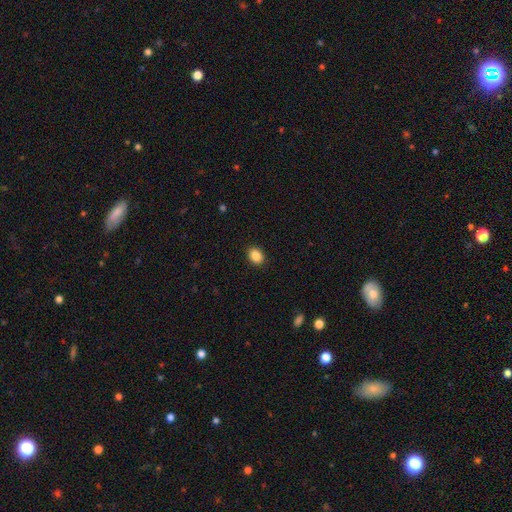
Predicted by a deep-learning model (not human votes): smooth_or_featured: smooth (p=0.88) [alt: star or artifact p=0.09]
how_rounded: in between (p=0.66) [alt: round p=0.33]
merging: none (p=0.90) [alt: minor disturbance p=0.07]